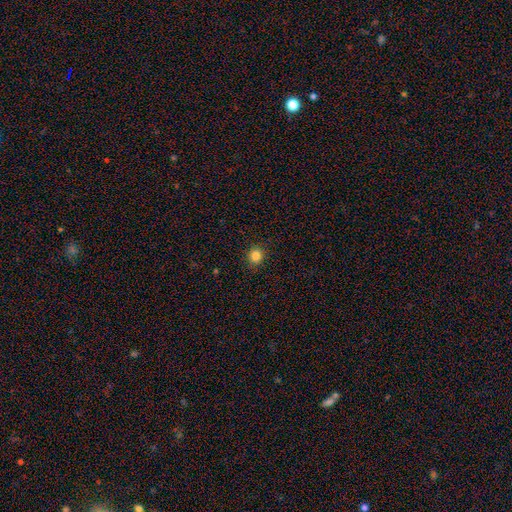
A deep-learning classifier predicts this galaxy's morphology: Smooth or featured? smooth (83%)
How rounded? round (81%)
Merging? none (90%)